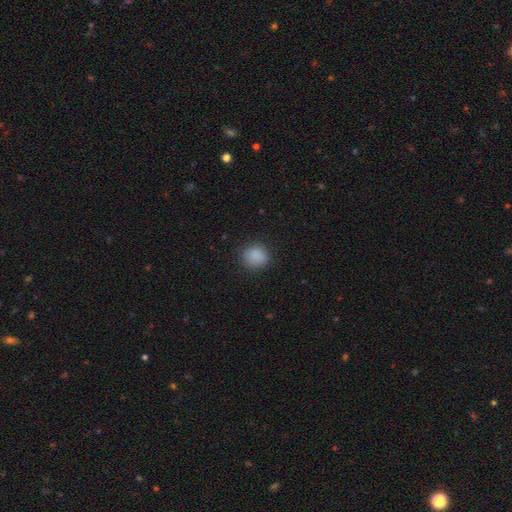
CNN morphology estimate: Smooth or featured? Predicted: smooth (p=0.87). How rounded? Predicted: round (p=0.78). Merging? Predicted: none (p=0.85).